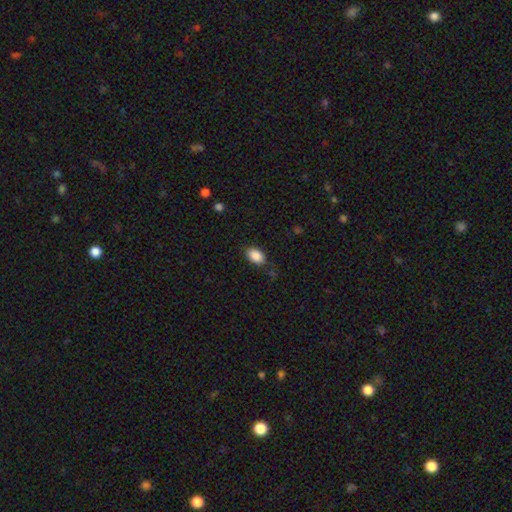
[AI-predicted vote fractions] Morphology: type=smooth (88%); roundness=in between (88%); merging=none (80%).